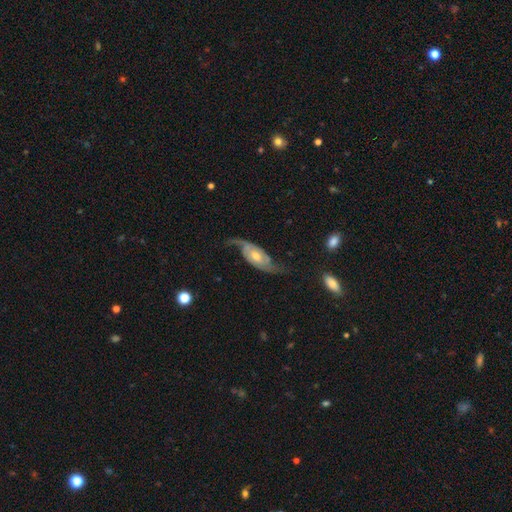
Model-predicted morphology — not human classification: Smooth or featured? featured or disk (86%)
Edge-on disk? no (93%)
Bar? no (63%)
Spiral arms? yes (96%)
Spiral winding? loose (56%)
Spiral arm count? 2 (91%)
Bulge size? moderate (56%)
Merging? none (67%)